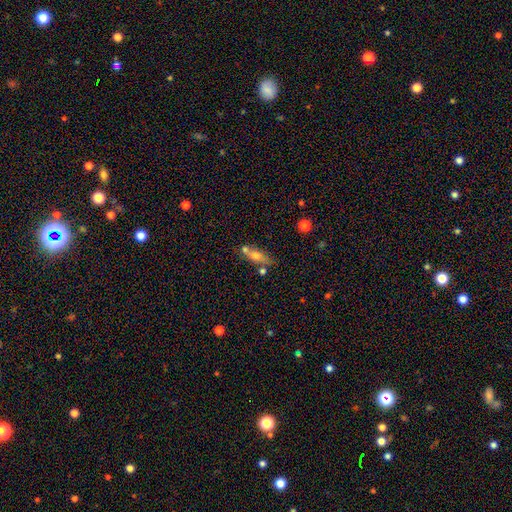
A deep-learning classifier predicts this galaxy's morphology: The model was most divided on "merging": none: 52%, merger: 25%, minor disturbance: 17%, major disturbance: 6%. More confident: how rounded — in between (62%); smooth or featured — smooth (61%).